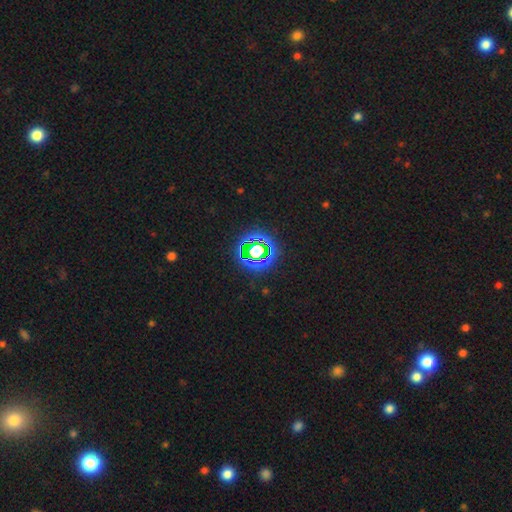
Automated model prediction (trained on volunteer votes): A star or artifact, not a galaxy (79%).